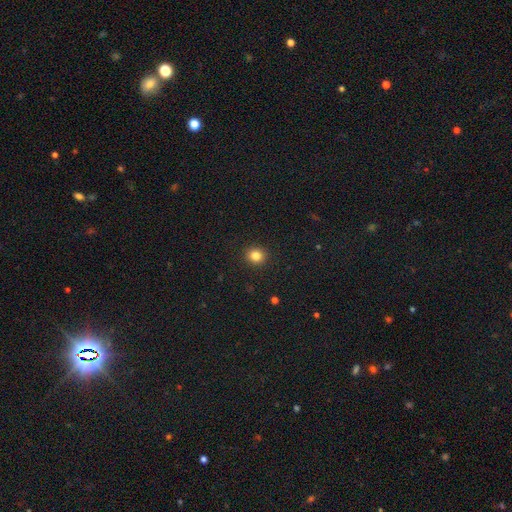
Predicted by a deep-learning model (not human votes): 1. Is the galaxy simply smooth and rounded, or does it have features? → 83% smooth, 12% star or artifact, 5% featured or disk.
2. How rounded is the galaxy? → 87% round, 12% in between, 1% cigar-shaped.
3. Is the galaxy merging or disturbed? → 92% none, 5% minor disturbance, 2% major disturbance, 1% merger.